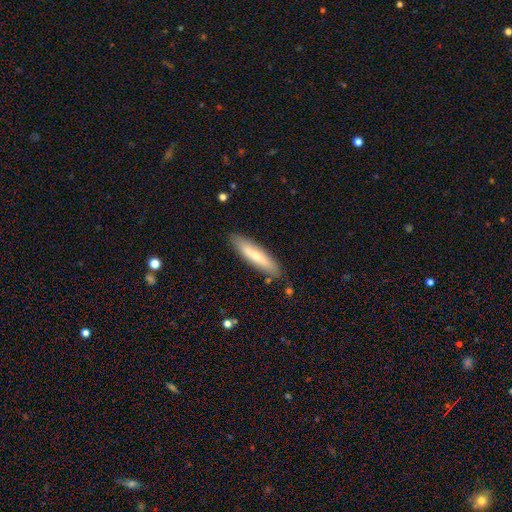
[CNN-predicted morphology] A smooth galaxy with no disk features (68%) that is cigar-shaped (80%).

Vote fractions:
- Smooth or featured? smooth: 68% / featured or disk: 26% / star or artifact: 6%
- How rounded? cigar-shaped: 80% / in between: 18% / round: 1%
- Merging? none: 86% / minor disturbance: 10% / major disturbance: 2% / merger: 2%